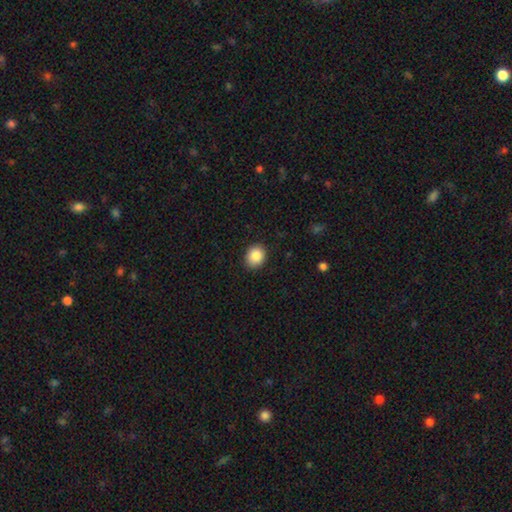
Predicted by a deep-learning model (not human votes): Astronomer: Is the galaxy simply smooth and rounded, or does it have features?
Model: smooth — 88%.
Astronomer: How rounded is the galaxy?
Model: round — 65%.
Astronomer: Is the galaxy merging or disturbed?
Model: none — 88%.